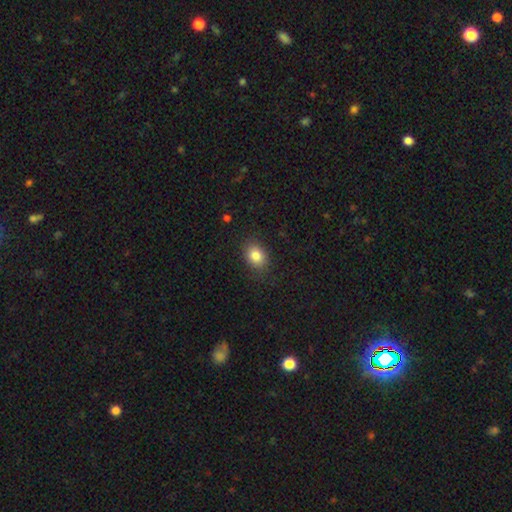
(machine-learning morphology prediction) This appears to be a smooth galaxy with no disk features (84%) that is in between round and cigar-shaped (60%). Merging: none (85%).